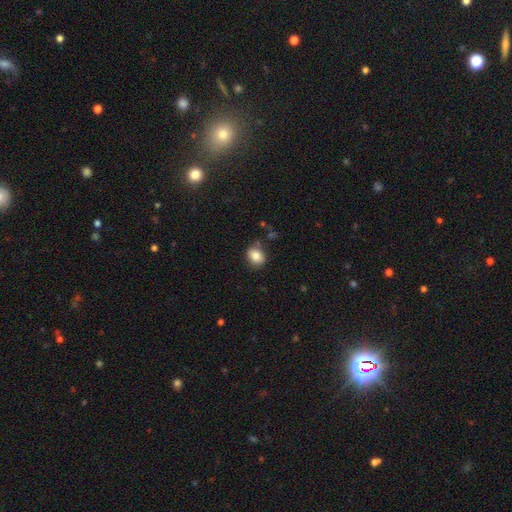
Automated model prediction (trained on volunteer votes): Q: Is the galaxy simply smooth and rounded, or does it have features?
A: smooth — 84%.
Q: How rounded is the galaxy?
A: round — 50%.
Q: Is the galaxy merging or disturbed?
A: none — 79%.